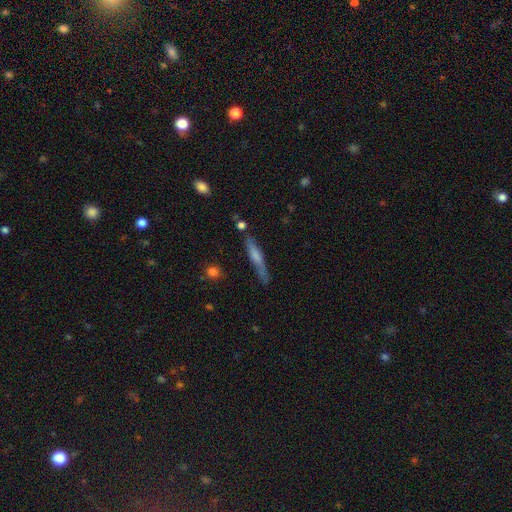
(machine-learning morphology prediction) smooth-or-featured: smooth: 48% | featured or disk: 45% | star or artifact: 7%
  merging: none: 73% | minor disturbance: 18% | major disturbance: 5% | merger: 4%